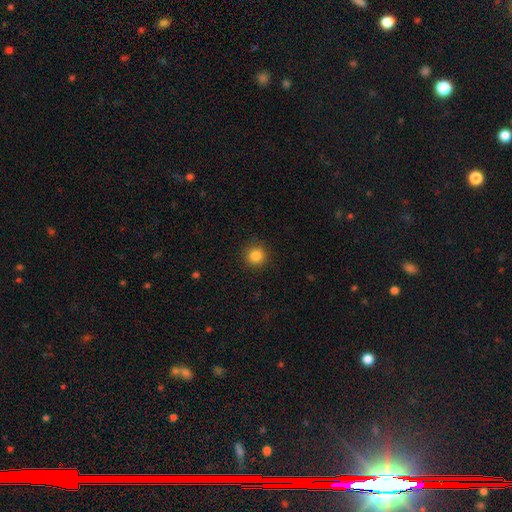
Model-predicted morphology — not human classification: Smooth or featured: smooth — 85% (star or artifact — 11%)
How rounded: round — 94% (in between — 5%)
Merging: none — 91% (minor disturbance — 6%)